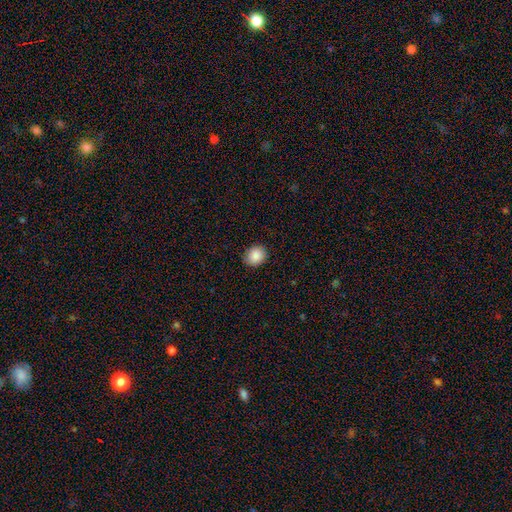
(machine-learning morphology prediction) A smooth galaxy with no disk features (88%) that is round (68%).

Vote fractions:
- Smooth or featured? smooth: 88% / star or artifact: 8% / featured or disk: 4%
- How rounded? round: 68% / in between: 31% / cigar-shaped: 1%
- Merging? none: 88% / minor disturbance: 9% / major disturbance: 2% / merger: 1%